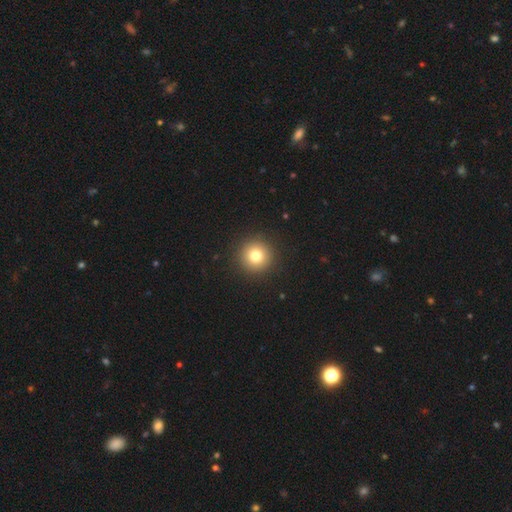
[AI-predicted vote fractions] Q: Smooth or featured?
A: smooth (78%); runner-up: star or artifact (13%)
Q: How rounded?
A: round (96%); runner-up: in between (3%)
Q: Merging?
A: none (93%); runner-up: minor disturbance (5%)